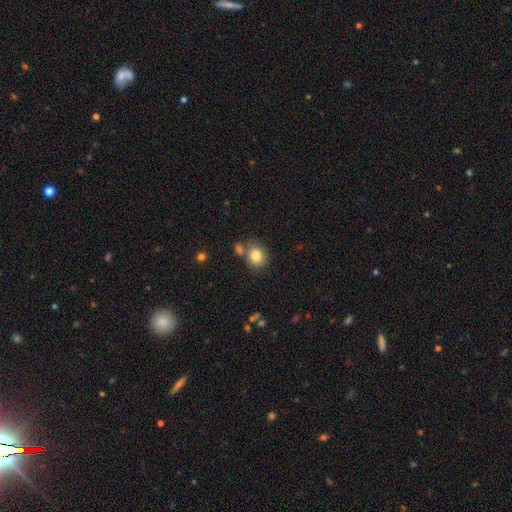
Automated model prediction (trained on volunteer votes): This is clearly a smooth galaxy (82%). How rounded: likely round (65%). Merging: likely none (63%).